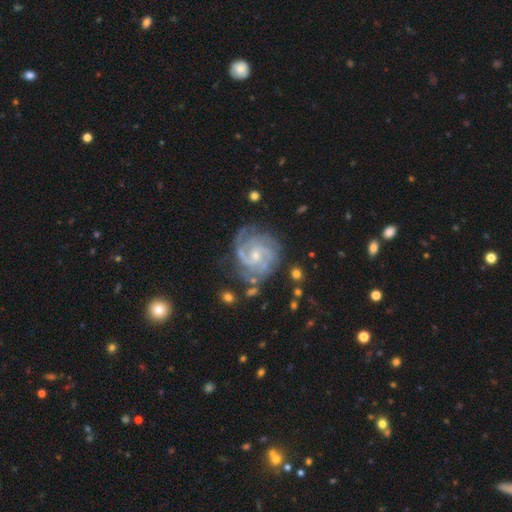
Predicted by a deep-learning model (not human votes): The model was most divided on "spiral arm count": 3: 30%, 2: 27%, can't tell: 18%, 4: 13%, more than 4: 6%, 1: 6%. More confident: edge-on disk — no (98%); spiral arms — yes (98%); smooth or featured — featured or disk (90%); merging — none (71%); bulge size — small (63%); spiral winding — tight (62%); bar — no (61%).